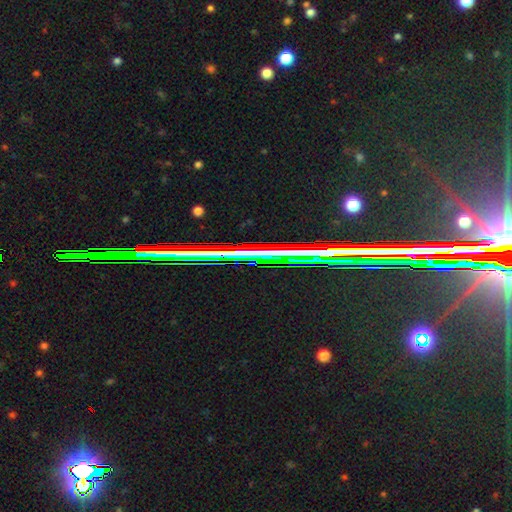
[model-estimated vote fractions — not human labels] A star or artifact, not a galaxy (75%).